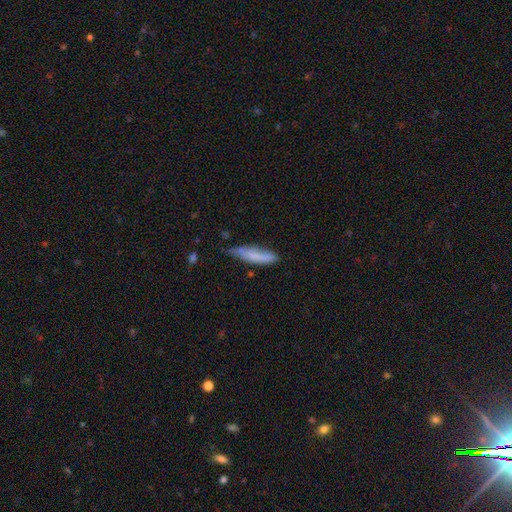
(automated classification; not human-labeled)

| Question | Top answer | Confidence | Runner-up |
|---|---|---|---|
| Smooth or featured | smooth | 70% | featured or disk (23%) |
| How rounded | cigar-shaped | 76% | in between (22%) |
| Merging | none | 45% | minor disturbance (39%) |